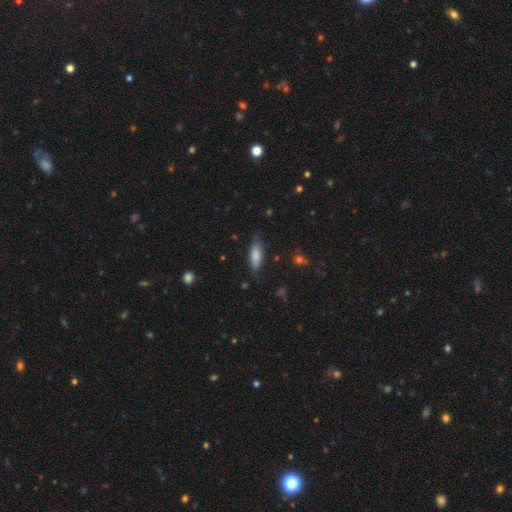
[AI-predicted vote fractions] A smooth galaxy with no disk features (78%) that is in between round and cigar-shaped (61%).

Vote fractions:
- Smooth or featured? smooth: 78% / featured or disk: 16% / star or artifact: 6%
- How rounded? in between: 61% / cigar-shaped: 37% / round: 2%
- Merging? none: 73% / minor disturbance: 21% / major disturbance: 4% / merger: 2%